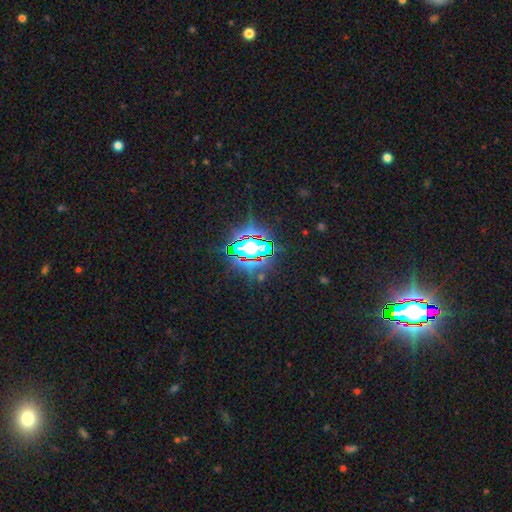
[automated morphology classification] This appears to be a star or artifact, not a galaxy (83%).